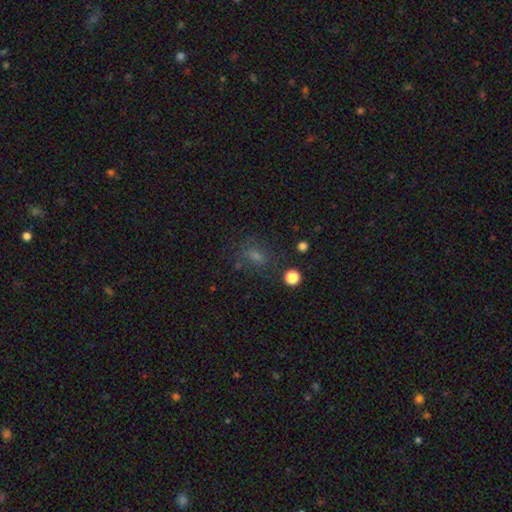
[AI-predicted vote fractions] Smooth or featured? smooth (61%)
How rounded? in between (59%)
Merging? none (67%)